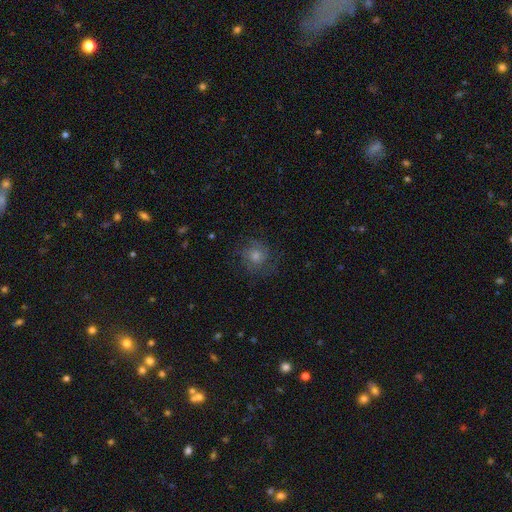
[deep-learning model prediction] Smooth or featured: featured or disk — 46% (smooth — 35%)
Merging: none — 76% (minor disturbance — 14%)